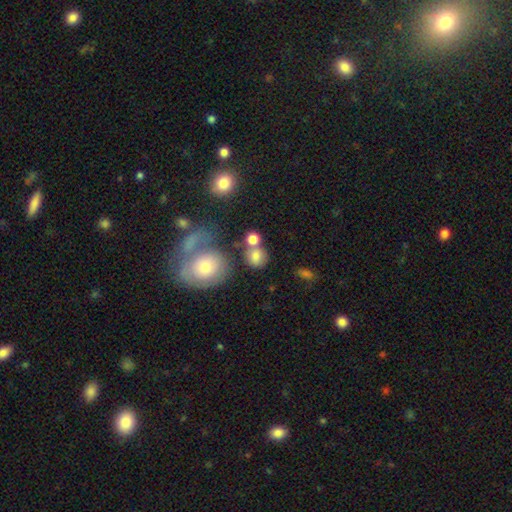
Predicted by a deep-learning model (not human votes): Overall: smooth (78%). How rounded: round (78%). Merging: none (52%; merger 31%).